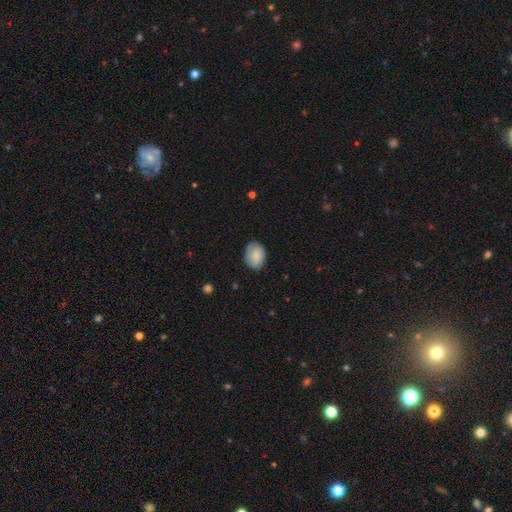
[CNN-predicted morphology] The model was most divided on "how rounded": in between: 69%, round: 30%, cigar-shaped: 1%. More confident: merging — none (74%); smooth or featured — smooth (73%).